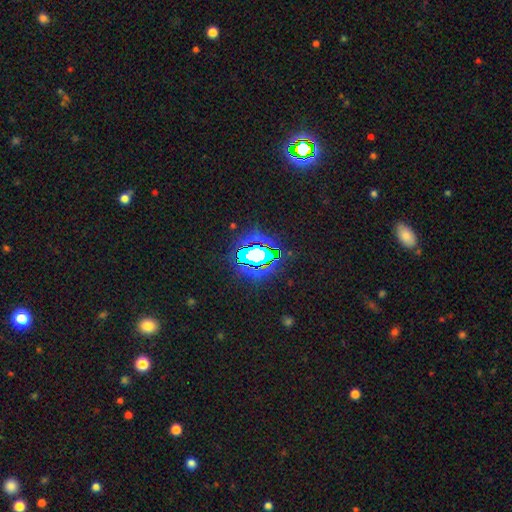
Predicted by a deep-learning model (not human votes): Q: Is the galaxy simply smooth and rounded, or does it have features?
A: star or artifact — 67%.